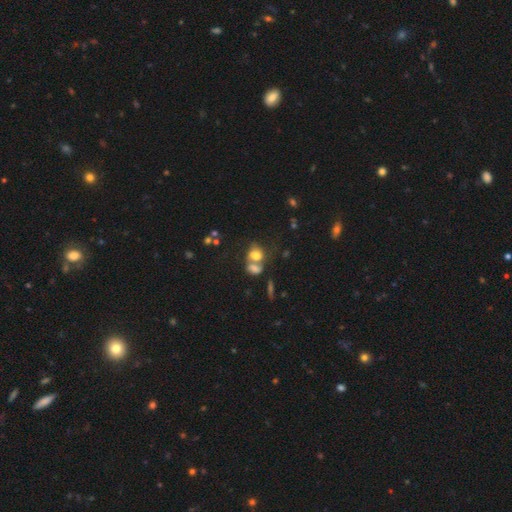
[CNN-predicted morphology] Smooth or featured? smooth (67%)
How rounded? in between (67%)
Merging? merger (55%)